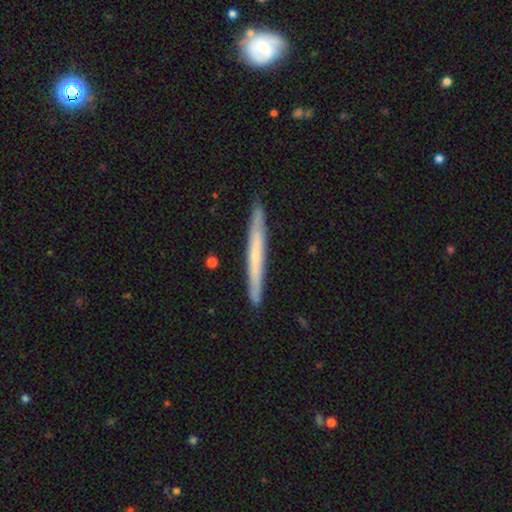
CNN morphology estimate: The model was most divided on "smooth or featured": smooth: 49%, featured or disk: 45%, star or artifact: 6%. More confident: merging — none (90%).